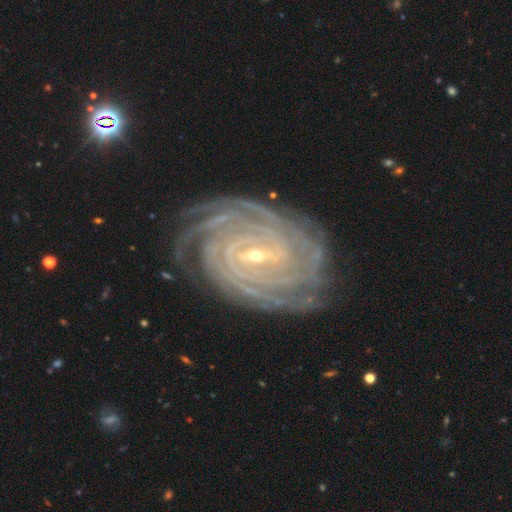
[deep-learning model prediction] Smooth or featured? featured or disk (93%)
Edge-on disk? no (97%)
Bar? weak (42%)
Spiral arms? yes (99%)
Spiral winding? tight (87%)
Spiral arm count? 4 (31%)
Bulge size? small (74%)
Merging? none (79%)